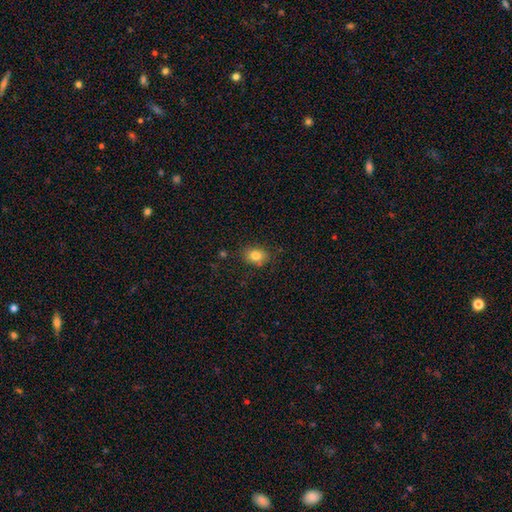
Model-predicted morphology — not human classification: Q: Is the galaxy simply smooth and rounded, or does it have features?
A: smooth — 82%.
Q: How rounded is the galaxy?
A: in between — 67%.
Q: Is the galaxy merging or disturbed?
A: none — 83%.